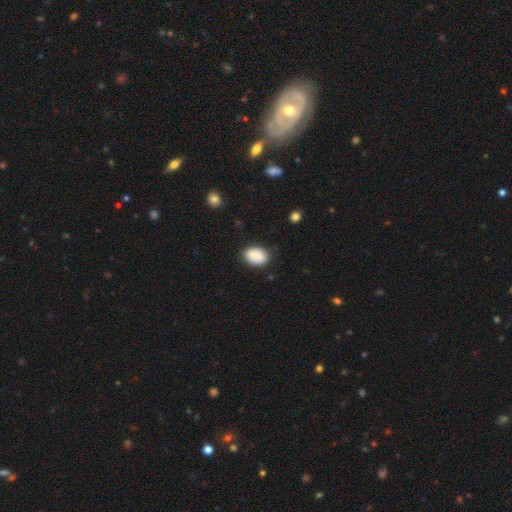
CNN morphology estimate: This is clearly a smooth galaxy (90%). How rounded: likely in between (78%). Merging: clearly none (85%).